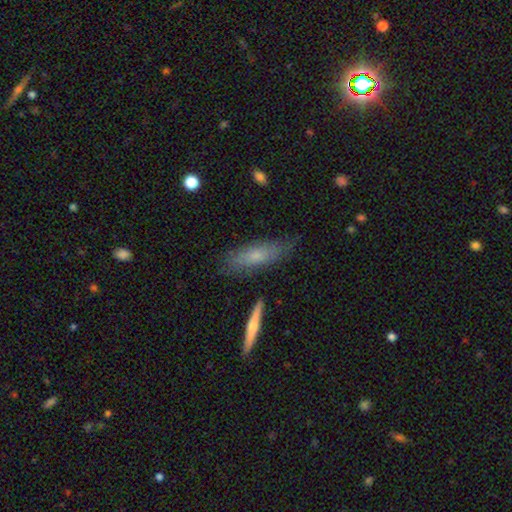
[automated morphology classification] Overall: smooth (62%; featured or disk 31%). How rounded: cigar-shaped (49%; in between 48%). Merging: none (71%).